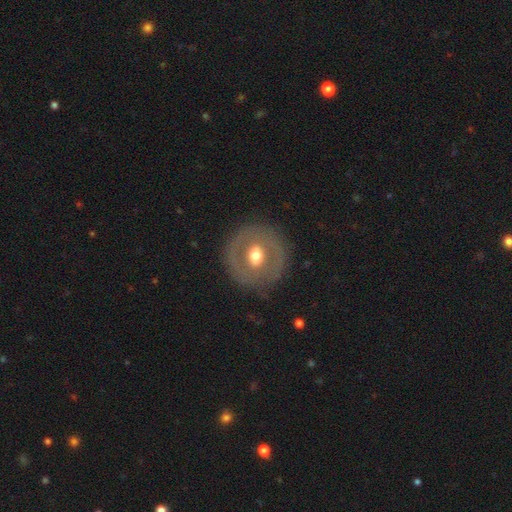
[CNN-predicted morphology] smooth_or_featured: featured or disk (p=0.58) [alt: smooth p=0.36]
disk_edge_on: no (p=0.94) [alt: yes p=0.06]
bar: no (p=0.42) [alt: weak p=0.36]
has_spiral_arms: no (p=0.77) [alt: yes p=0.23]
bulge_size: moderate (p=0.74) [alt: large p=0.13]
merging: none (p=0.81) [alt: minor disturbance p=0.12]